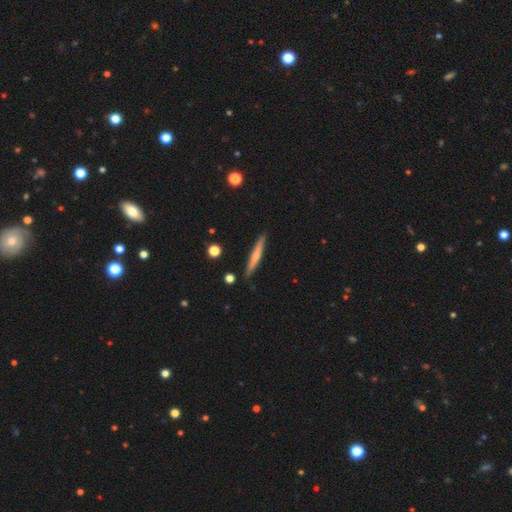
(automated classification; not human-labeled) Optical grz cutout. It shows a smooth galaxy with no disk features (49%). Merging: none (88%).